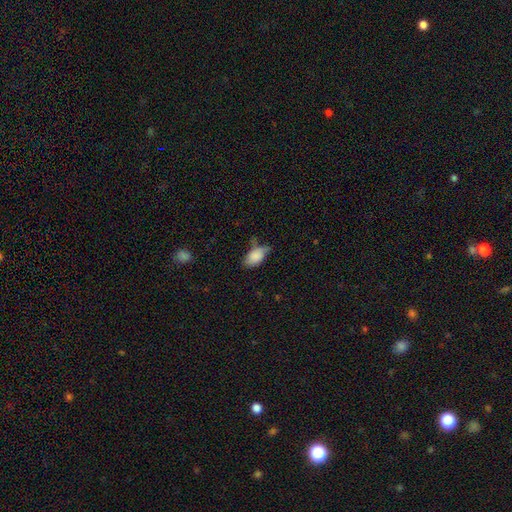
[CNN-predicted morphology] Smooth or featured: smooth — 82% (featured or disk — 10%)
How rounded: in between — 92% (round — 4%)
Merging: none — 46% (minor disturbance — 38%)